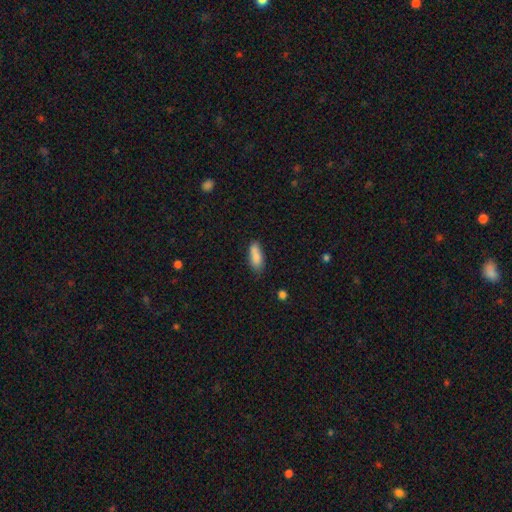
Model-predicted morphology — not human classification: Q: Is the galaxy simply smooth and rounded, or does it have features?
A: smooth — 83%.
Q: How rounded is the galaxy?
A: in between — 74%.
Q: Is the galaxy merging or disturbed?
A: none — 61%.